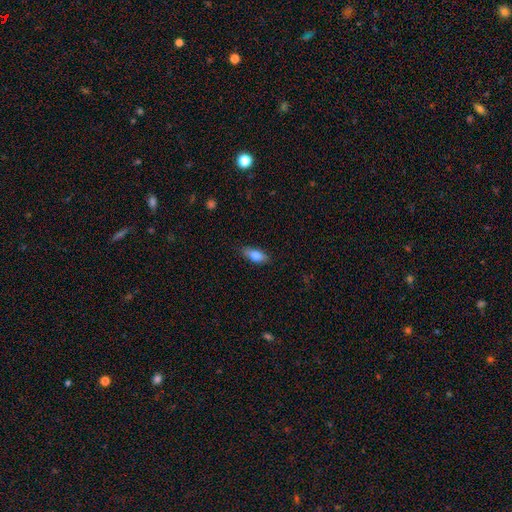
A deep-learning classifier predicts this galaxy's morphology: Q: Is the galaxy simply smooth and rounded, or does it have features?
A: smooth — 77%.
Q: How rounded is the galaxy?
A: in between — 77%.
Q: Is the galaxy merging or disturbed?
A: none — 84%.